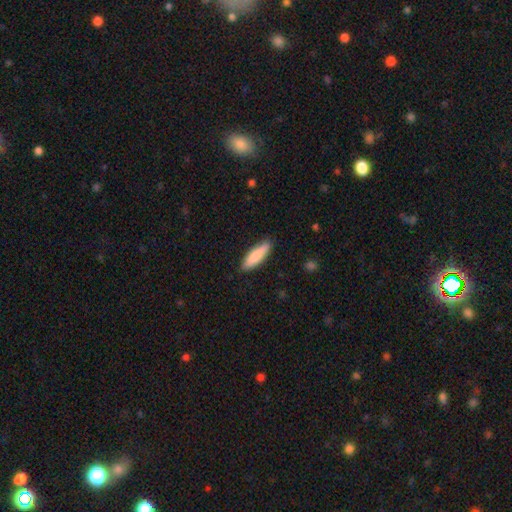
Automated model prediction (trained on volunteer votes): Smooth or featured? Predicted: smooth (p=0.85). How rounded? Predicted: cigar-shaped (p=0.59). Merging? Predicted: none (p=0.88).